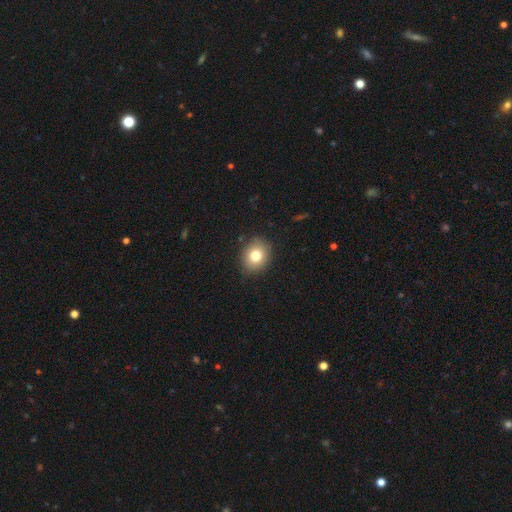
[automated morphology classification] Overall: smooth (78%). How rounded: round (67%; in between 32%). Merging: none (86%).